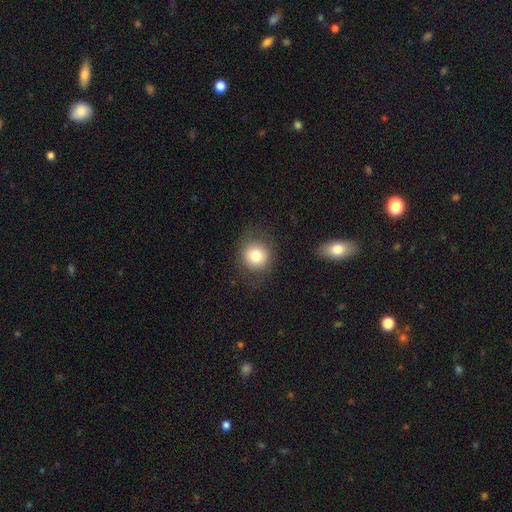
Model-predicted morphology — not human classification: type=smooth (78%); roundness=round (88%); merging=none (83%).